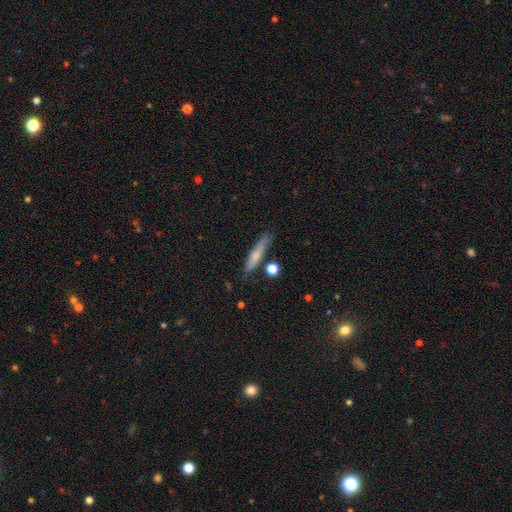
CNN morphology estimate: type=smooth (64%); roundness=cigar-shaped (87%); merging=none (78%).